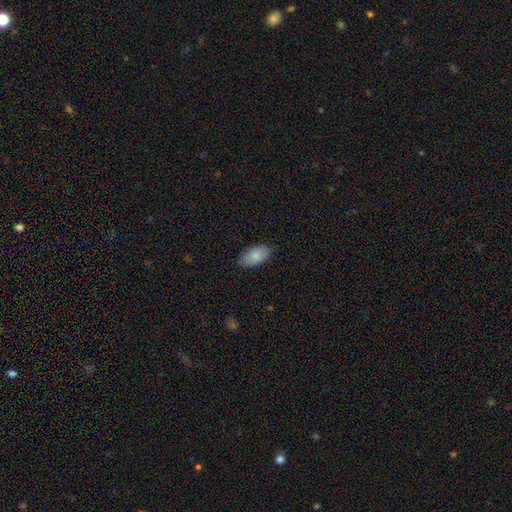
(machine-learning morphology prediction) smooth 86%, featured or disk 8%, star or artifact 6%. Down the decision tree: how rounded — in between (95%); merging — none (85%).